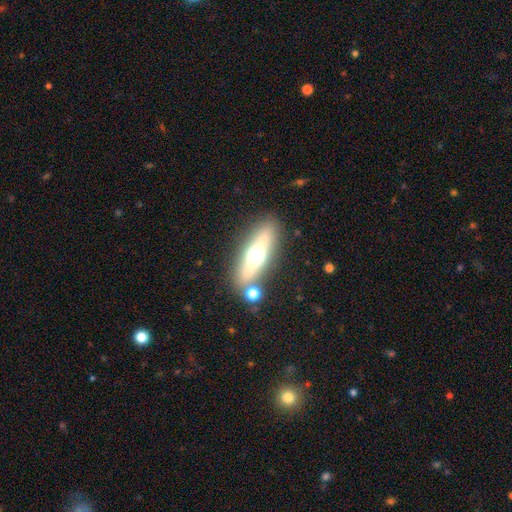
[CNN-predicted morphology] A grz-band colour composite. It shows a featured or disk galaxy (45%). Merging: none (76%).